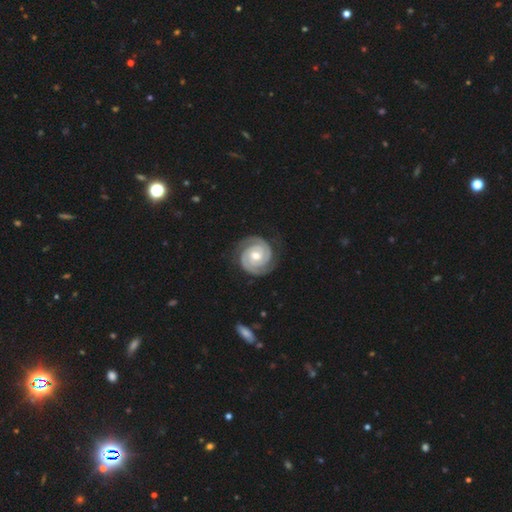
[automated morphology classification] Overall: featured or disk (92%). Edge-on disk: no (98%). Bar: no (61%; weak 27%). Spiral arms: yes (98%). Spiral arm count: 2 (91%). Spiral winding: tight (83%). Bulge size: moderate (73%). Merging: none (85%).